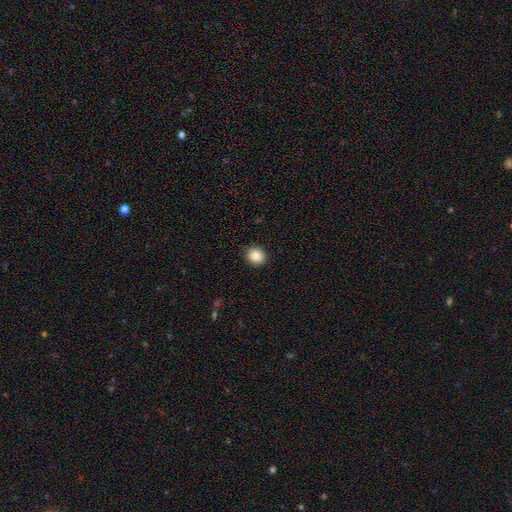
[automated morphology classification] smooth-or-featured: smooth: 85% | star or artifact: 9% | featured or disk: 5%
  how-rounded: round: 84% | in between: 15% | cigar-shaped: 1%
  merging: none: 91% | minor disturbance: 6% | major disturbance: 2% | merger: 1%